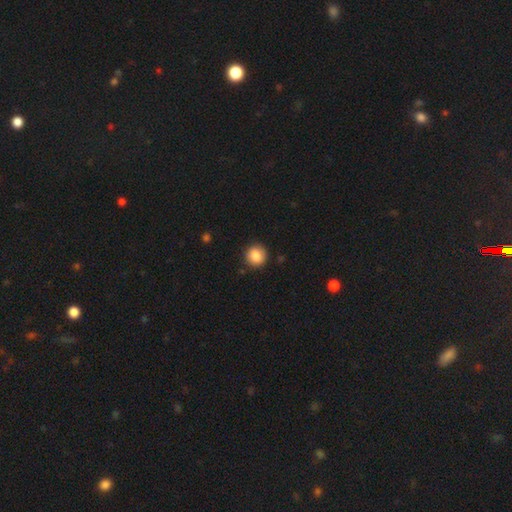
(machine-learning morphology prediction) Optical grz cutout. It shows a smooth galaxy with no disk features (86%) that is round (89%). Merging: none (88%).